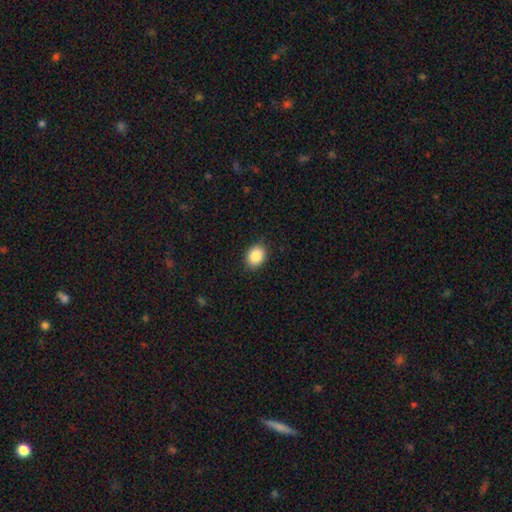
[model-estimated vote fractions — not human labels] smooth_or_featured: smooth (p=0.88) [alt: star or artifact p=0.08]
how_rounded: in between (p=0.61) [alt: round p=0.38]
merging: none (p=0.87) [alt: minor disturbance p=0.10]